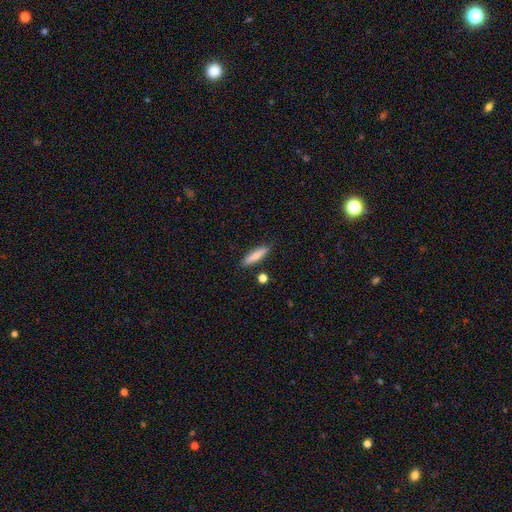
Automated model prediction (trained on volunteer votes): Smooth or featured? Predicted: smooth (p=0.78). How rounded? Predicted: cigar-shaped (p=0.76). Merging? Predicted: none (p=0.85).